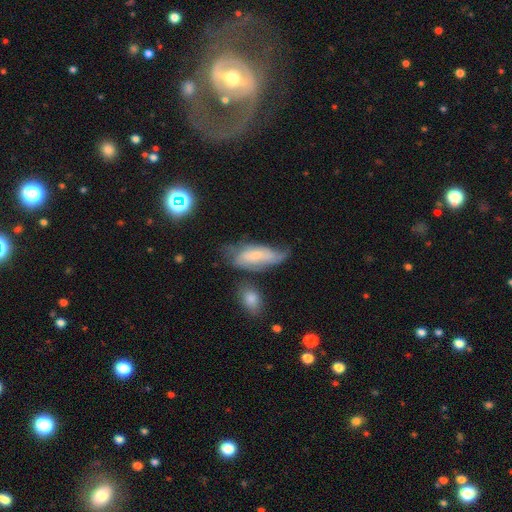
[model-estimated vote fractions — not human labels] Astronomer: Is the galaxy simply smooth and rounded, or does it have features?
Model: smooth — 49% (runner-up: featured or disk, 42%).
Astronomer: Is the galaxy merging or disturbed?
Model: none — 37% (runner-up: minor disturbance, 33%).